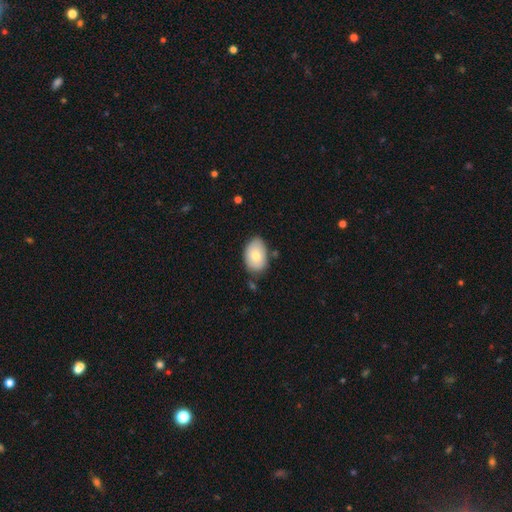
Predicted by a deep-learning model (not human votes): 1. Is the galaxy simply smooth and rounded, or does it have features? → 76% smooth, 18% featured or disk, 7% star or artifact.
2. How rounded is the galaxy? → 87% in between, 12% round, 1% cigar-shaped.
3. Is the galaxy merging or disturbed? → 73% none, 20% minor disturbance, 4% merger, 3% major disturbance.